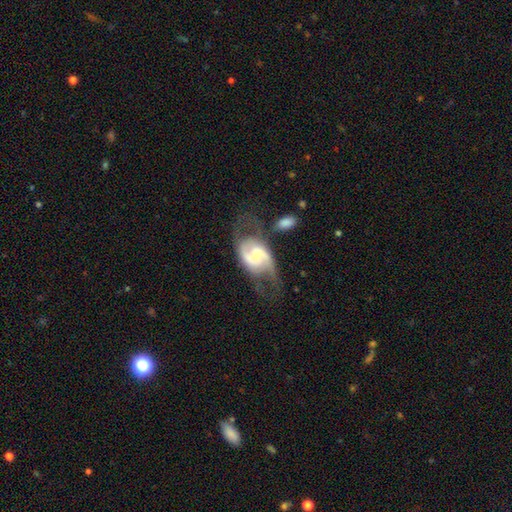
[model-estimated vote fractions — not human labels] Q: Smooth or featured?
A: featured or disk (81%); runner-up: smooth (14%)
Q: Edge-on disk?
A: no (97%); runner-up: yes (3%)
Q: Bar?
A: no (45%); runner-up: weak (43%)
Q: Spiral arms?
A: yes (94%); runner-up: no (6%)
Q: Spiral winding?
A: medium (47%); runner-up: loose (36%)
Q: Spiral arm count?
A: 2 (86%); runner-up: can't tell (7%)
Q: Bulge size?
A: small (47%); runner-up: moderate (33%)
Q: Merging?
A: none (44%); runner-up: major disturbance (23%)